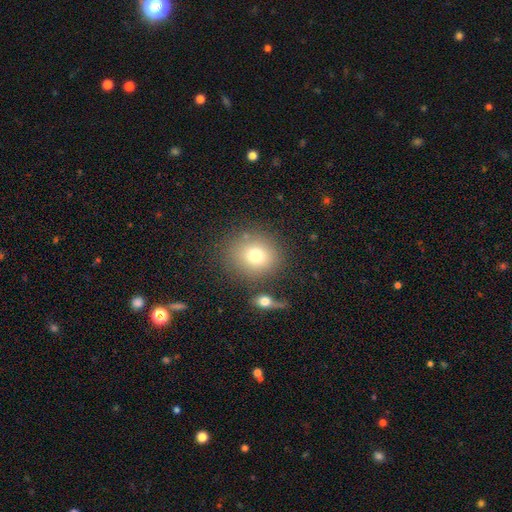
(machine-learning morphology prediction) Smooth or featured: smooth — 75% (featured or disk — 13%)
How rounded: round — 73% (in between — 26%)
Merging: none — 76% (minor disturbance — 11%)